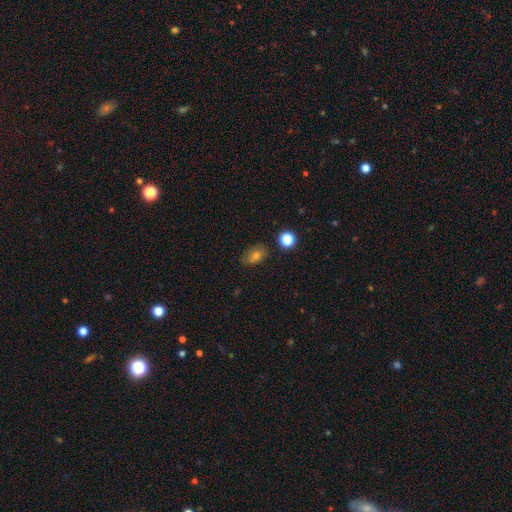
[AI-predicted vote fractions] A smooth galaxy with no disk features (72%) that is in between round and cigar-shaped (78%). Merging: none (71%).